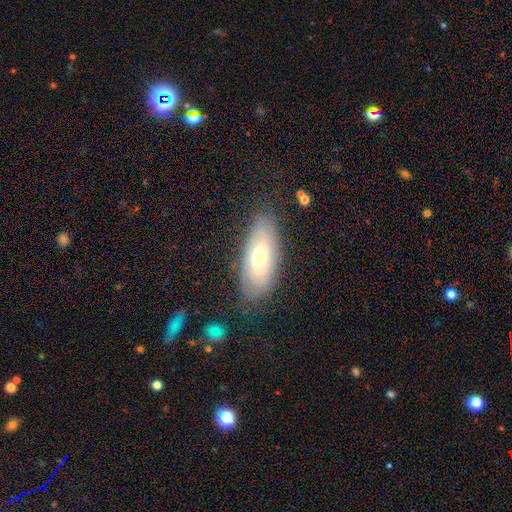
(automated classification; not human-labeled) The model was most divided on "smooth or featured": featured or disk: 48%, smooth: 44%, star or artifact: 8%. More confident: merging — none (80%).